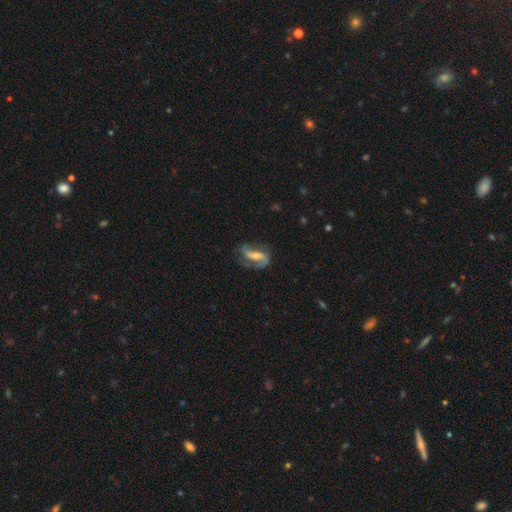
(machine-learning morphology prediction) Smooth or featured?
  - featured or disk: 80% *
  - smooth: 14%
  - star or artifact: 6%
Edge-on disk?
  - no: 95% *
  - yes: 5%
Bar?
  - strong: 42% *
  - weak: 34%
  - no: 24%
Spiral arms?
  - yes: 93% *
  - no: 7%
Spiral winding?
  - loose: 46% *
  - medium: 39%
  - tight: 15%
Spiral arm count?
  - 2: 81% *
  - 1: 11%
  - can't tell: 5%
  - 3: 2%
  - 4: 1%
  - more than 4: 1%
Bulge size?
  - moderate: 47% *
  - small: 42%
  - none: 5%
  - large: 5%
  - dominant: 1%
Merging?
  - none: 60% *
  - minor disturbance: 21%
  - major disturbance: 17%
  - merger: 2%